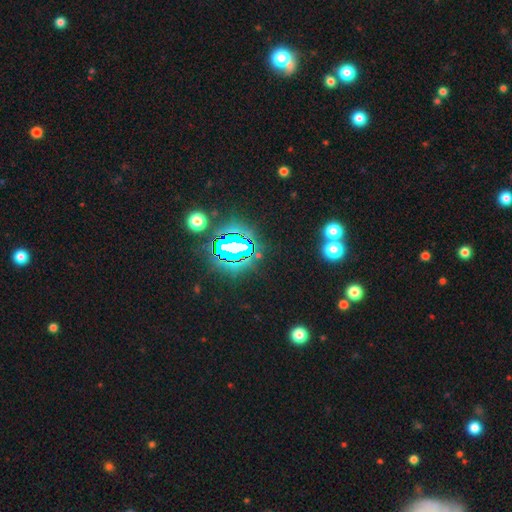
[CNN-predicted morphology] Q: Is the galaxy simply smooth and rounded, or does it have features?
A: star or artifact — 74%.